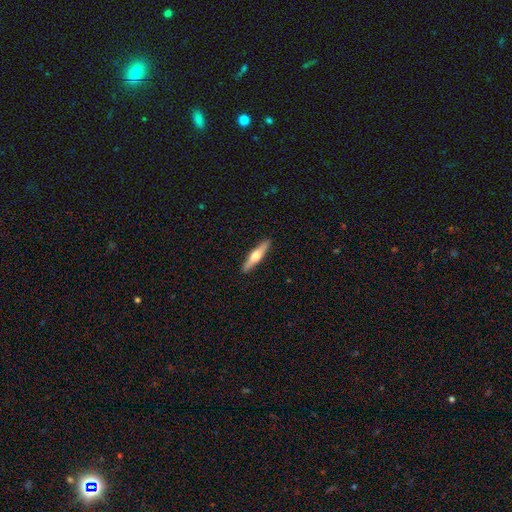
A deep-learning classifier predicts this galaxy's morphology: This appears to be a featured or disk galaxy (54%) viewed edge-on (95%) with a rounded central bulge (93%). Merging: none (91%).